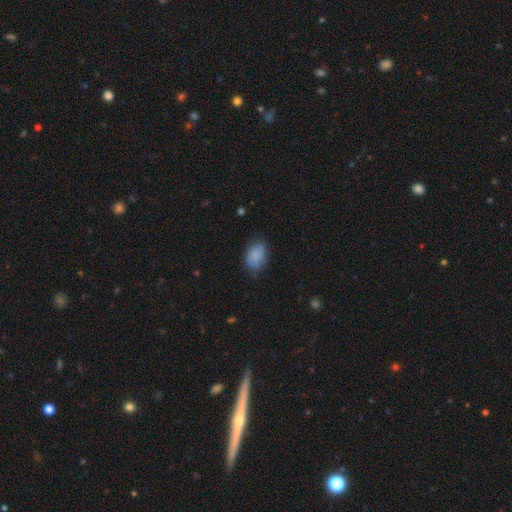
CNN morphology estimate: The model was most divided on "merging": none: 74%, minor disturbance: 20%, major disturbance: 5%, merger: 1%. More confident: smooth or featured — smooth (87%); how rounded — in between (84%).